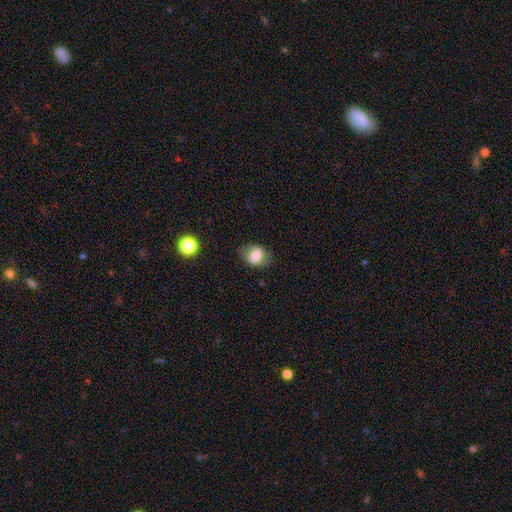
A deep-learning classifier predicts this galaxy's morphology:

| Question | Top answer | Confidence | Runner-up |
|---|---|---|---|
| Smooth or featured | smooth | 78% | featured or disk (13%) |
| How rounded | in between | 61% | round (38%) |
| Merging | none | 71% | minor disturbance (20%) |